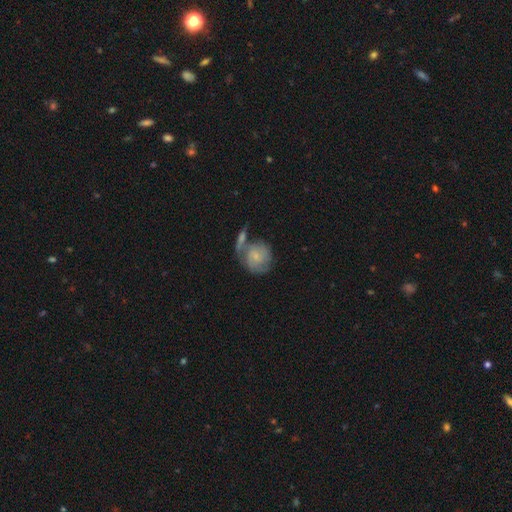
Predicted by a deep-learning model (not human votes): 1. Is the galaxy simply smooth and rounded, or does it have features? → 47% smooth, 46% featured or disk, 7% star or artifact.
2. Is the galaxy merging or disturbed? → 39% none, 35% merger, 16% minor disturbance, 10% major disturbance.